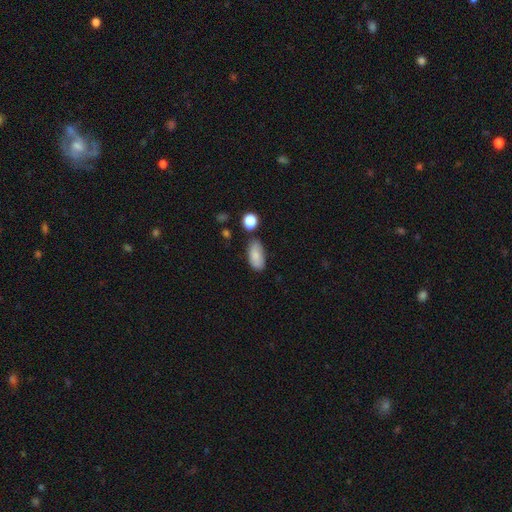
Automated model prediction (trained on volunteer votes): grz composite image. It shows a smooth galaxy with no disk features (84%) that is in between round and cigar-shaped (92%). Merging: none (72%).